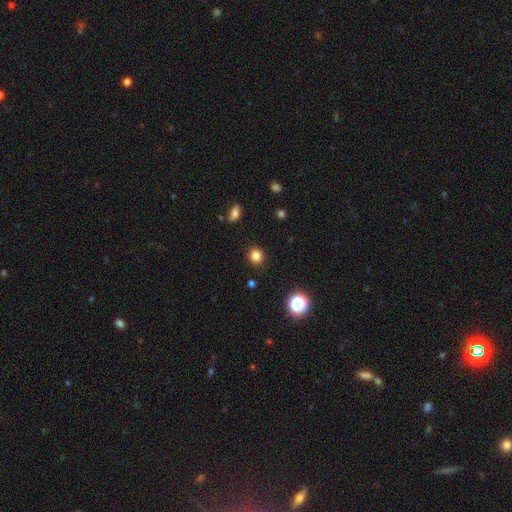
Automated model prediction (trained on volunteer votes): smooth-or-featured: smooth: 82% | star or artifact: 14% | featured or disk: 4%
  how-rounded: round: 85% | in between: 14% | cigar-shaped: 1%
  merging: none: 89% | minor disturbance: 7% | major disturbance: 2% | merger: 1%